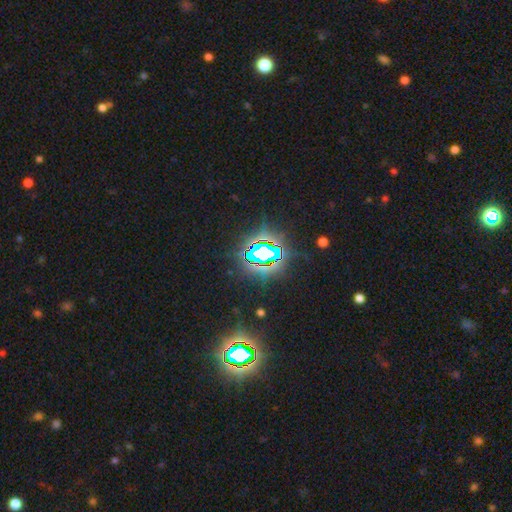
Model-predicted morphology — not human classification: Smooth or featured? star or artifact (83%)